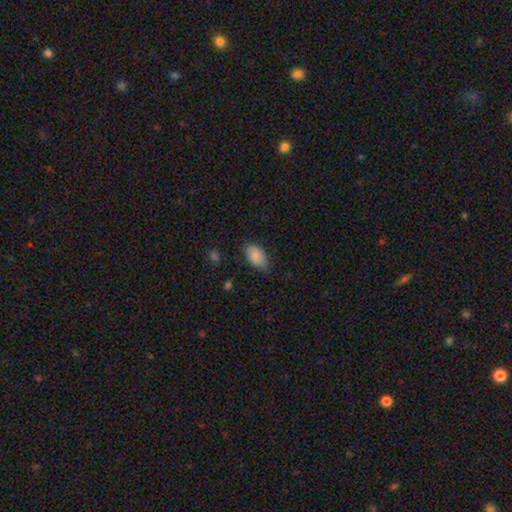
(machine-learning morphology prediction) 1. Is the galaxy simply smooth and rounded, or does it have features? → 82% smooth, 11% featured or disk, 7% star or artifact.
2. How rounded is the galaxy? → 92% in between, 6% round, 2% cigar-shaped.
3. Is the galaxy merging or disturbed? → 70% none, 25% minor disturbance, 4% major disturbance, 1% merger.